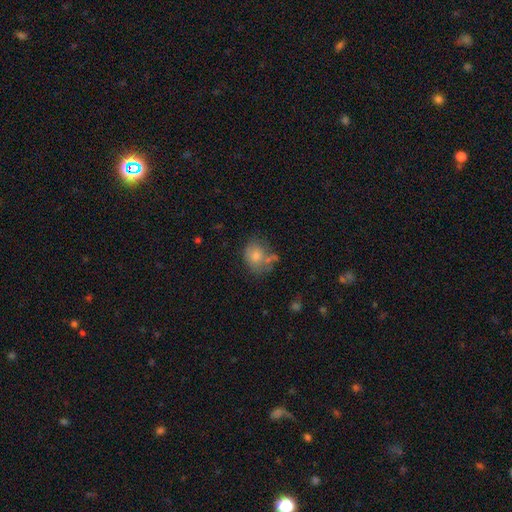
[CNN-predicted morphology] Smooth or featured? Predicted: smooth (p=0.72). How rounded? Predicted: round (p=0.51). Merging? Predicted: none (p=0.53).